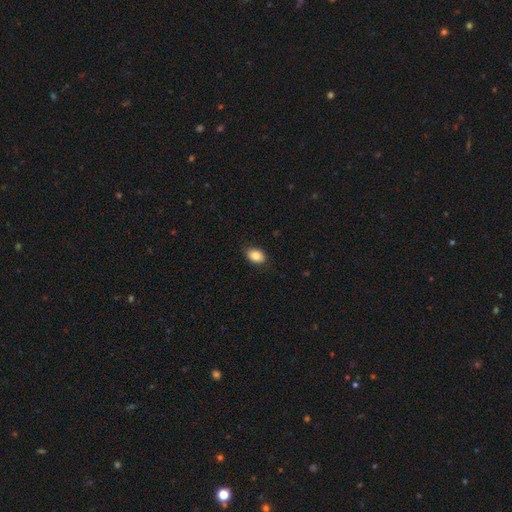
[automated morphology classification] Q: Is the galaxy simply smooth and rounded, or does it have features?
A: smooth — 85%.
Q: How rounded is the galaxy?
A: in between — 83%.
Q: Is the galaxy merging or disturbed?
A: none — 85%.